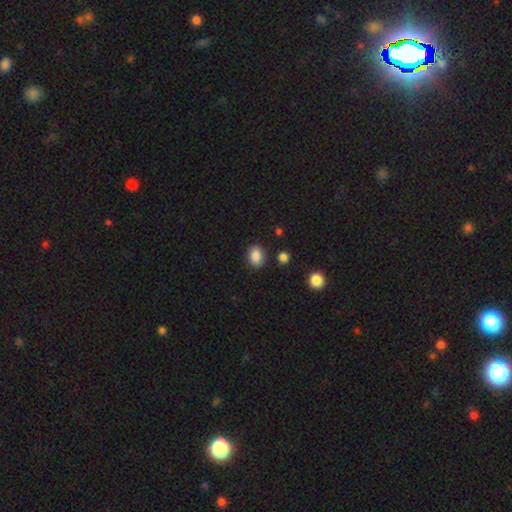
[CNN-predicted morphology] Q: Smooth or featured?
A: smooth (86%); runner-up: star or artifact (9%)
Q: How rounded?
A: in between (59%); runner-up: round (40%)
Q: Merging?
A: none (85%); runner-up: minor disturbance (10%)